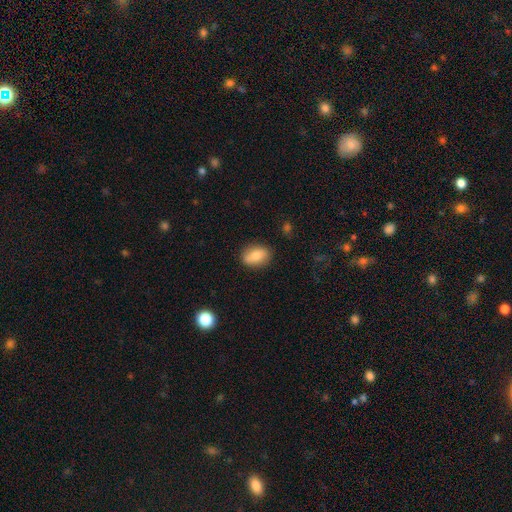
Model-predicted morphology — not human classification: smooth 79%, featured or disk 14%, star or artifact 7%. Down the decision tree: how rounded — in between (82%); merging — none (83%).